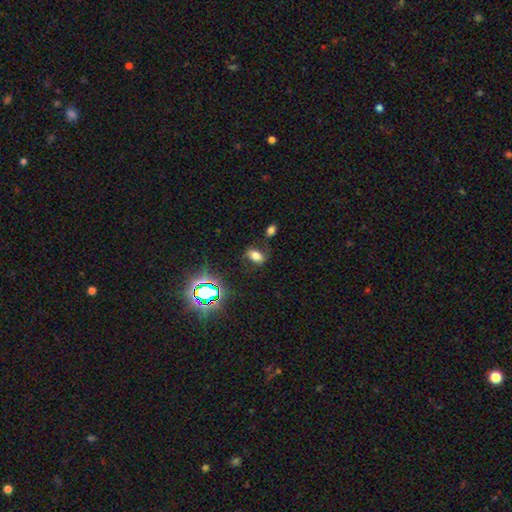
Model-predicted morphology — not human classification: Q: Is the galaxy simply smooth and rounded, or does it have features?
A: smooth — 64%.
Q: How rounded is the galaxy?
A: in between — 84%.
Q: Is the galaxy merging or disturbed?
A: none — 73%.